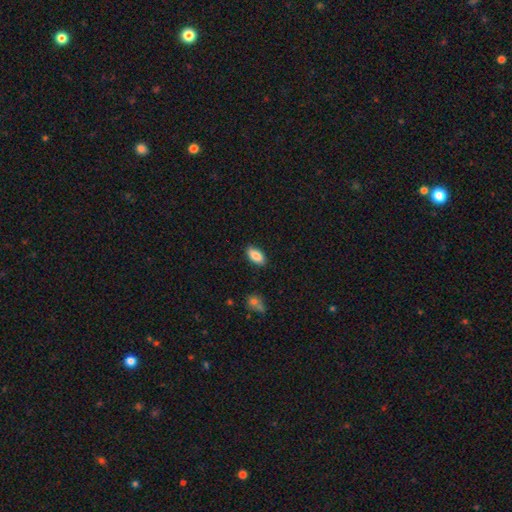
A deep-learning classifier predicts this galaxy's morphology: Q: Smooth or featured?
A: smooth (86%); runner-up: featured or disk (7%)
Q: How rounded?
A: in between (90%); runner-up: cigar-shaped (7%)
Q: Merging?
A: none (85%); runner-up: minor disturbance (11%)